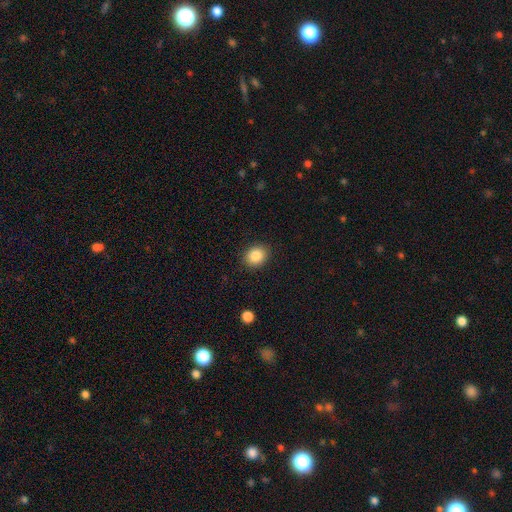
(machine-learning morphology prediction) Smooth or featured: smooth — 86% (star or artifact — 9%)
How rounded: round — 59% (in between — 40%)
Merging: none — 89% (minor disturbance — 8%)